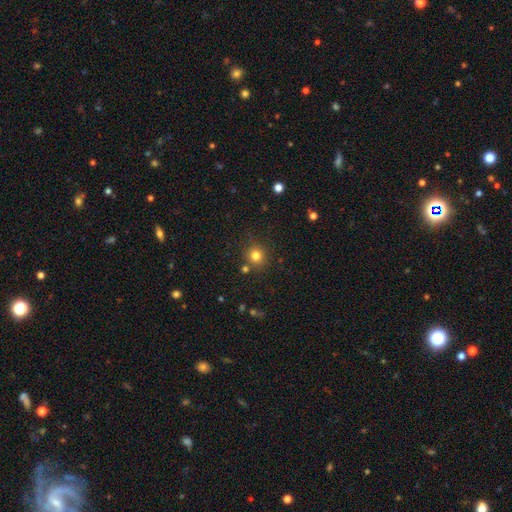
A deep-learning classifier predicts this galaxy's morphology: Q: Smooth or featured?
A: smooth (79%); runner-up: star or artifact (15%)
Q: How rounded?
A: round (92%); runner-up: in between (7%)
Q: Merging?
A: none (82%); runner-up: minor disturbance (8%)